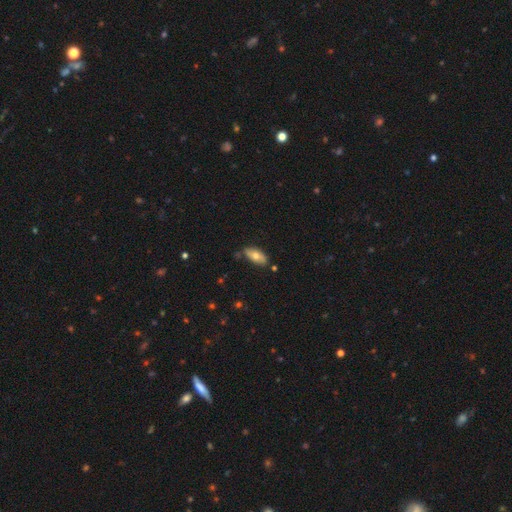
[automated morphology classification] A smooth galaxy with no disk features (67%) that is in between round and cigar-shaped (85%).

Vote fractions:
- Smooth or featured? smooth: 67% / featured or disk: 26% / star or artifact: 7%
- How rounded? in between: 85% / cigar-shaped: 12% / round: 3%
- Merging? none: 73% / minor disturbance: 20% / merger: 4% / major disturbance: 4%